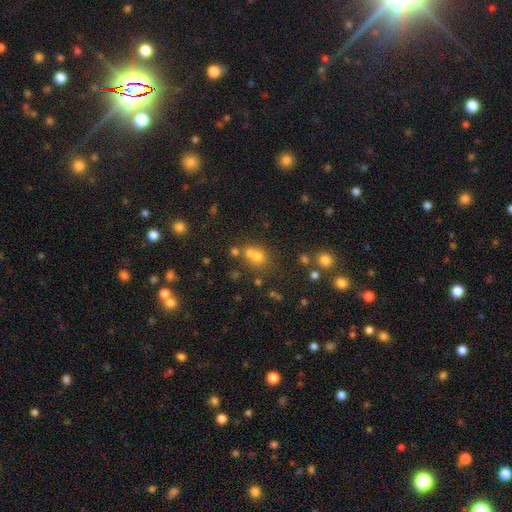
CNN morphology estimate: smooth 58%, star or artifact 29%, featured or disk 13%. Down the decision tree: how rounded — round (76%); merging — none (51%).